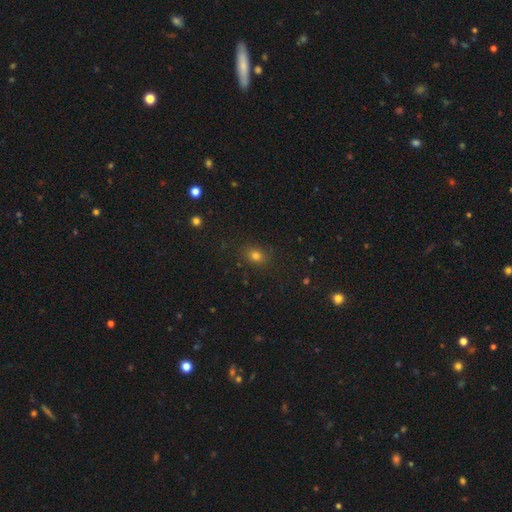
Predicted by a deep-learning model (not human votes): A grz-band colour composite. It shows a smooth galaxy with no disk features (76%) that is round (56%). Merging: none (85%).